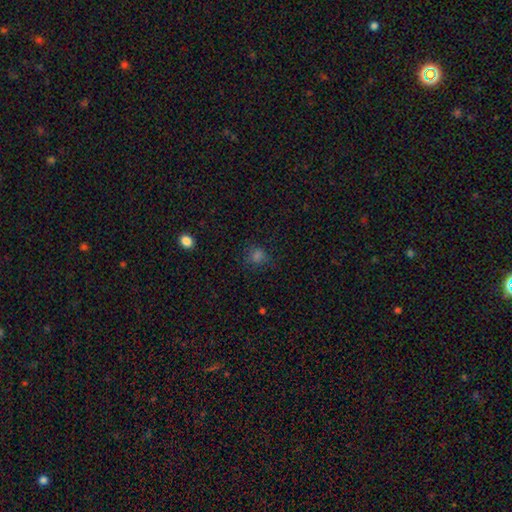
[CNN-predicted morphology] A smooth galaxy with no disk features (67%) that is round (76%).

Vote fractions:
- Smooth or featured? smooth: 67% / star or artifact: 26% / featured or disk: 6%
- How rounded? round: 76% / in between: 23% / cigar-shaped: 1%
- Merging? none: 75% / minor disturbance: 16% / major disturbance: 7% / merger: 2%